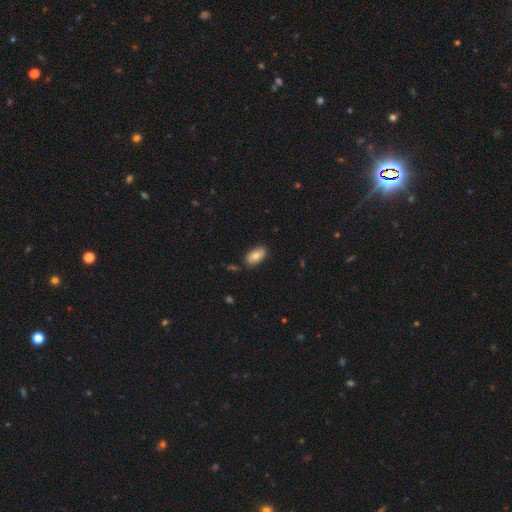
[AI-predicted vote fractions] smooth-or-featured: smooth: 78% | featured or disk: 15% | star or artifact: 7%
  how-rounded: in between: 93% | round: 4% | cigar-shaped: 3%
  merging: none: 85% | minor disturbance: 11% | major disturbance: 2% | merger: 2%